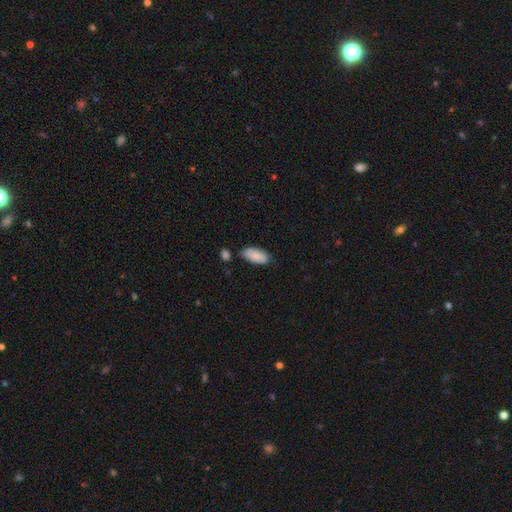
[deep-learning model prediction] Smooth or featured? smooth (82%)
How rounded? in between (90%)
Merging? none (75%)